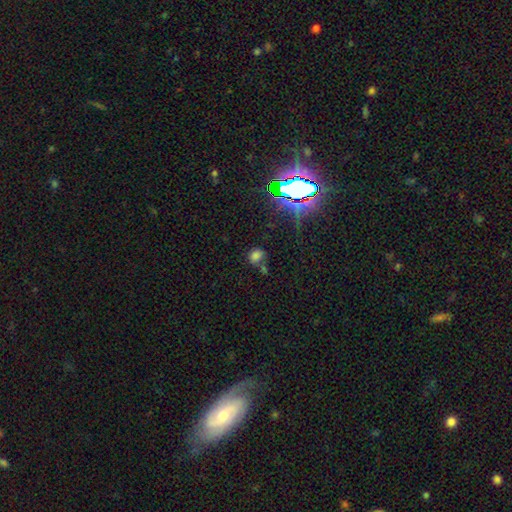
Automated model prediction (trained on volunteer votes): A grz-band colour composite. It shows a smooth galaxy with no disk features (65%) that is round (63%). Merging: none (63%).